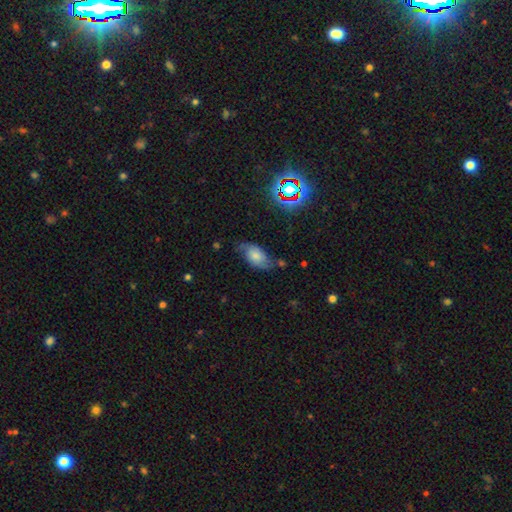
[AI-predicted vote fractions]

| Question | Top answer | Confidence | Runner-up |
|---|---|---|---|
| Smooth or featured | featured or disk | 48% | smooth (40%) |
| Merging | none | 57% | minor disturbance (28%) |